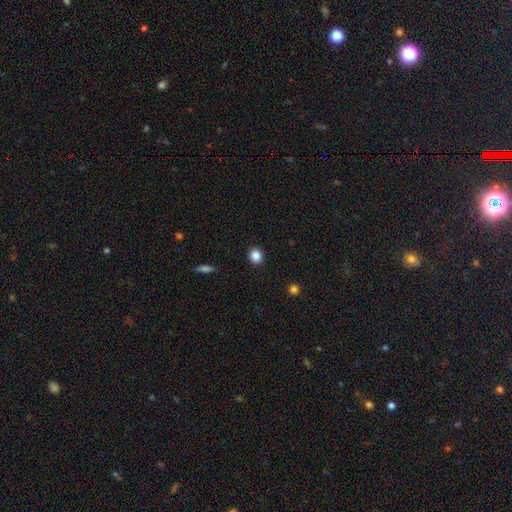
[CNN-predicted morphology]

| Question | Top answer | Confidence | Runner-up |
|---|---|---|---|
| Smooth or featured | smooth | 86% | star or artifact (10%) |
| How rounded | round | 79% | in between (20%) |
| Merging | none | 92% | minor disturbance (6%) |